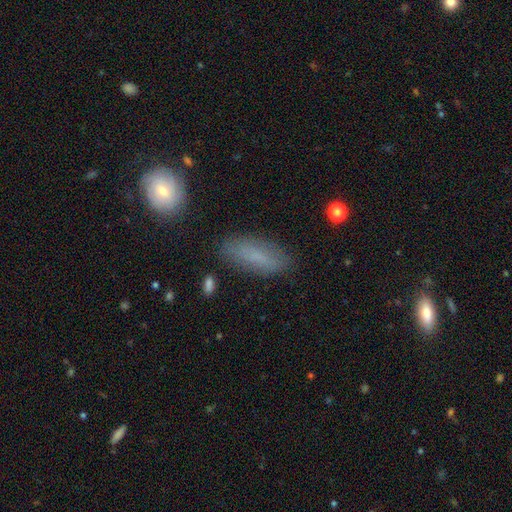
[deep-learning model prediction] Q: Smooth or featured?
A: smooth (74%); runner-up: featured or disk (16%)
Q: How rounded?
A: in between (68%); runner-up: cigar-shaped (29%)
Q: Merging?
A: none (80%); runner-up: minor disturbance (14%)